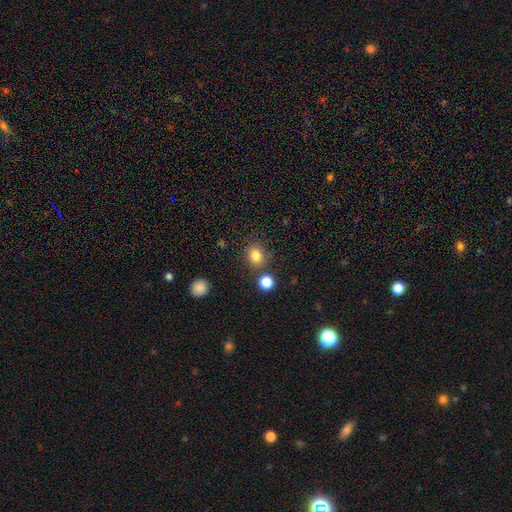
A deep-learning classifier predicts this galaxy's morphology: Overall: smooth (82%). How rounded: round (71%). Merging: none (78%).